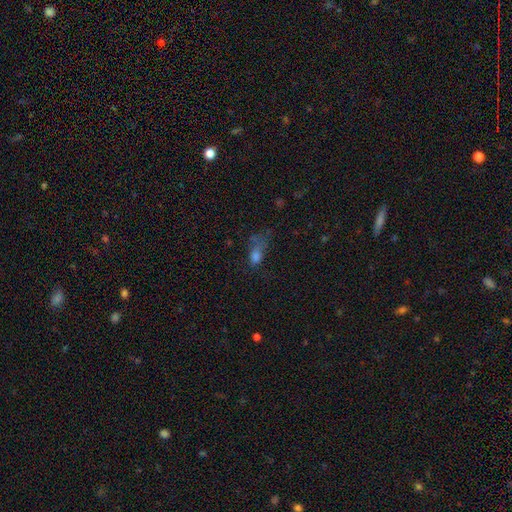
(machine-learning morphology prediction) smooth-or-featured: smooth: 60% | star or artifact: 22% | featured or disk: 18%
  how-rounded: in between: 70% | round: 20% | cigar-shaped: 10%
  merging: major disturbance: 45% | none: 27% | minor disturbance: 21% | merger: 8%